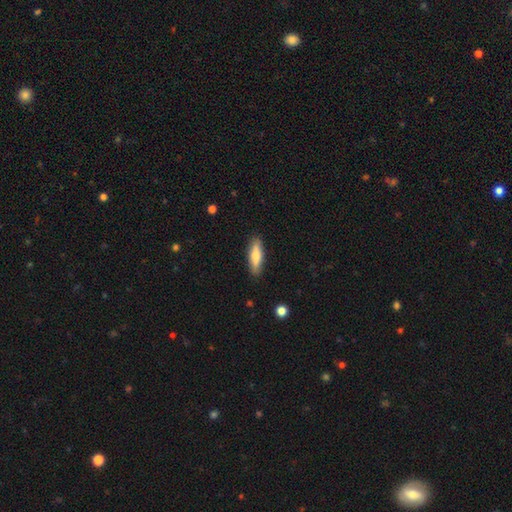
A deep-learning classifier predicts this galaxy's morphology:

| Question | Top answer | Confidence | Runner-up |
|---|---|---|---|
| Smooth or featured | smooth | 64% | featured or disk (30%) |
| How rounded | cigar-shaped | 53% | in between (45%) |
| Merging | none | 87% | minor disturbance (10%) |